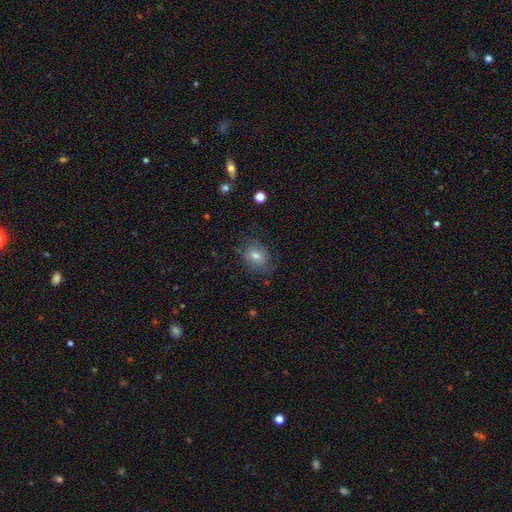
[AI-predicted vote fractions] Morphology: type=smooth (64%); roundness=round (50%); merging=none (73%).